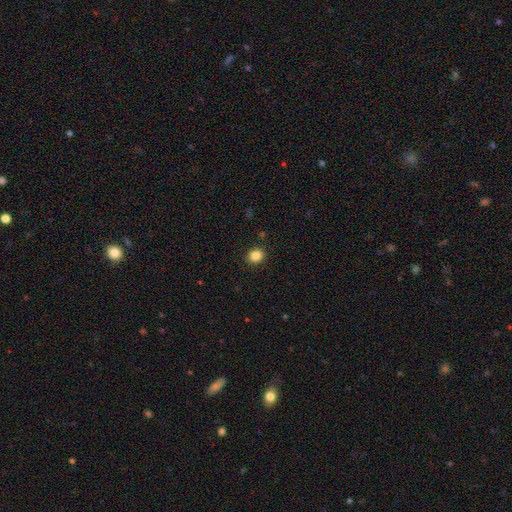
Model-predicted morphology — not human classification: Smooth or featured? smooth (85%)
How rounded? round (62%)
Merging? none (90%)